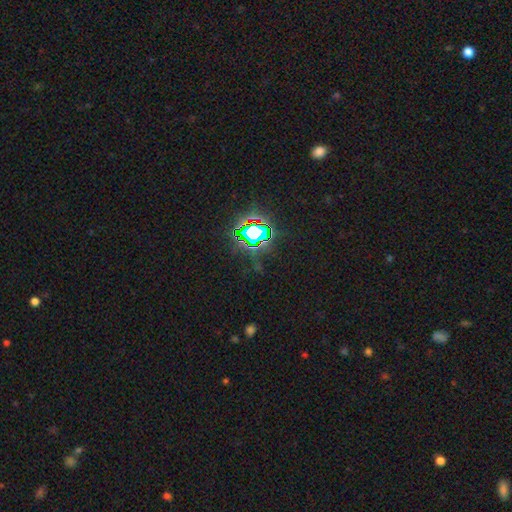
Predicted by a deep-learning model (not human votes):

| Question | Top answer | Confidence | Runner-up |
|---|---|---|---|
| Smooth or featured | star or artifact | 80% | smooth (13%) |